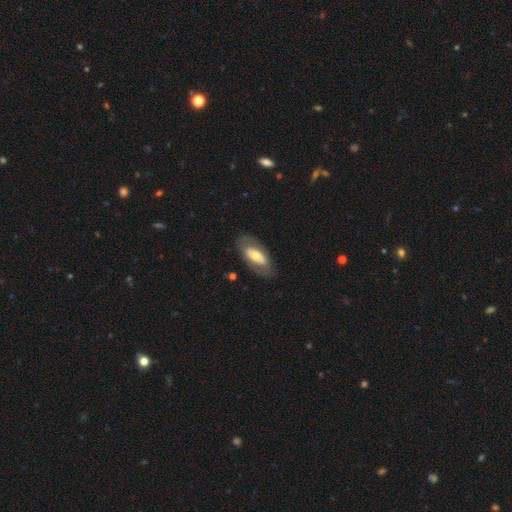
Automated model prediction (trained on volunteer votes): A featured or disk galaxy (49%). Merging: none (77%).